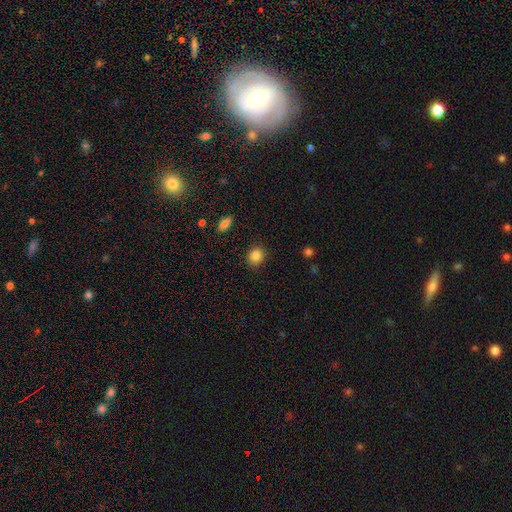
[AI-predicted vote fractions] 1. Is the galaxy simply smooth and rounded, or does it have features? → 86% smooth, 10% star or artifact, 4% featured or disk.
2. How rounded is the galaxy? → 76% round, 23% in between, 1% cigar-shaped.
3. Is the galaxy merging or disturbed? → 88% none, 9% minor disturbance, 3% major disturbance, 1% merger.